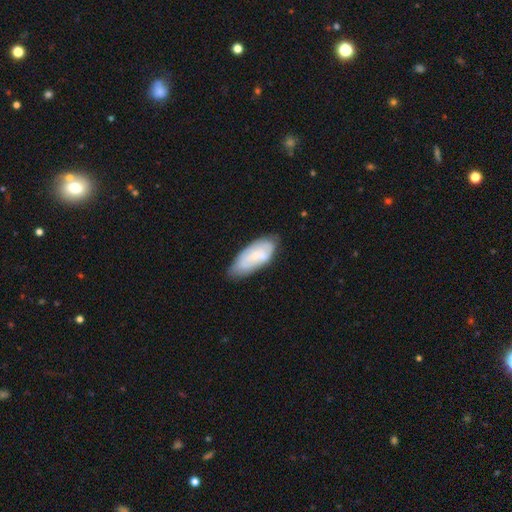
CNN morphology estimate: Smooth or featured: smooth — 52% (featured or disk — 42%)
How rounded: in between — 86% (cigar-shaped — 12%)
Merging: none — 66% (minor disturbance — 26%)